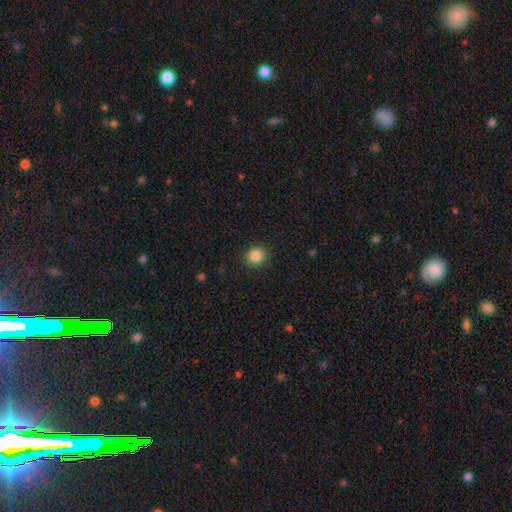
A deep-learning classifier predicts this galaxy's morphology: Smooth or featured?
  - smooth: 86% *
  - star or artifact: 10%
  - featured or disk: 4%
How rounded?
  - round: 85% *
  - in between: 14%
  - cigar-shaped: 1%
Merging?
  - none: 90% *
  - minor disturbance: 7%
  - major disturbance: 2%
  - merger: 1%